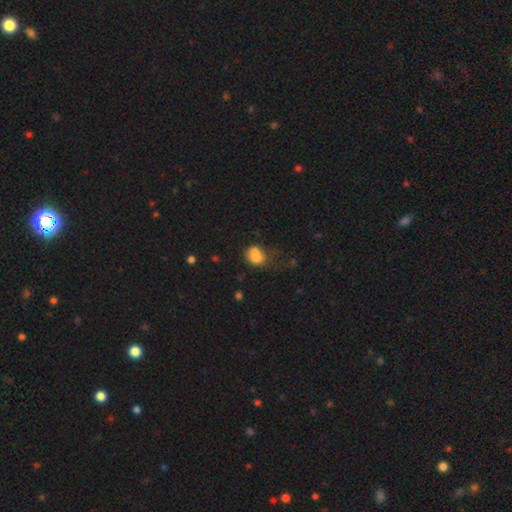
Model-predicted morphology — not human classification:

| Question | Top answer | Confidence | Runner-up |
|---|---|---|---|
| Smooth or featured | smooth | 67% | featured or disk (21%) |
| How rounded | round | 52% | in between (47%) |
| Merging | merger | 55% | none (24%) |